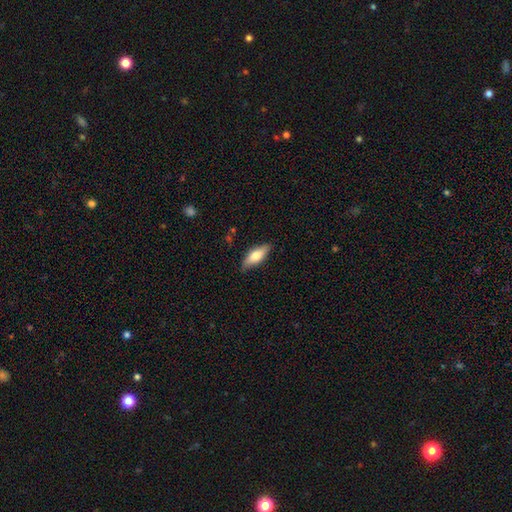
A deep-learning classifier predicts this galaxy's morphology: A smooth galaxy with no disk features (67%) that is in between round and cigar-shaped (68%).

Vote fractions:
- Smooth or featured? smooth: 67% / featured or disk: 27% / star or artifact: 6%
- How rounded? in between: 68% / cigar-shaped: 29% / round: 3%
- Merging? none: 82% / minor disturbance: 15% / major disturbance: 2% / merger: 1%